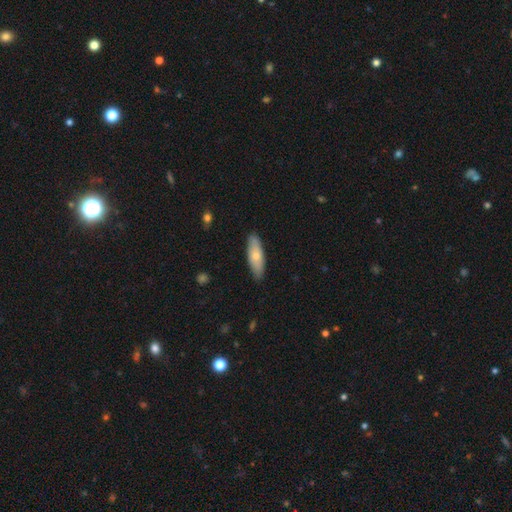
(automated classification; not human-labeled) This is likely a smooth galaxy (67%). How rounded: possibly in between (56%). Merging: clearly none (85%).